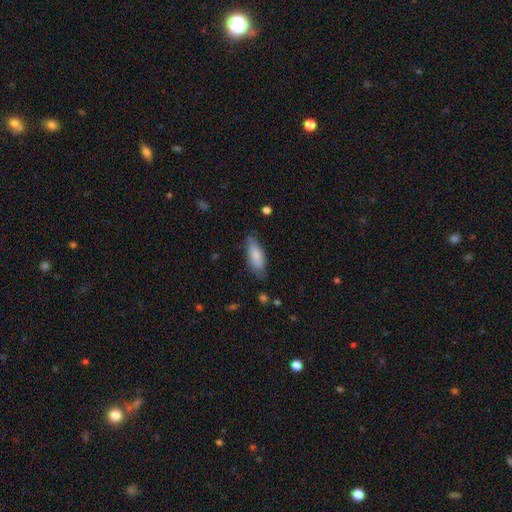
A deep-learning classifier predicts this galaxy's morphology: Smooth or featured? Predicted: smooth (p=0.82). How rounded? Predicted: in between (p=0.69). Merging? Predicted: none (p=0.75).